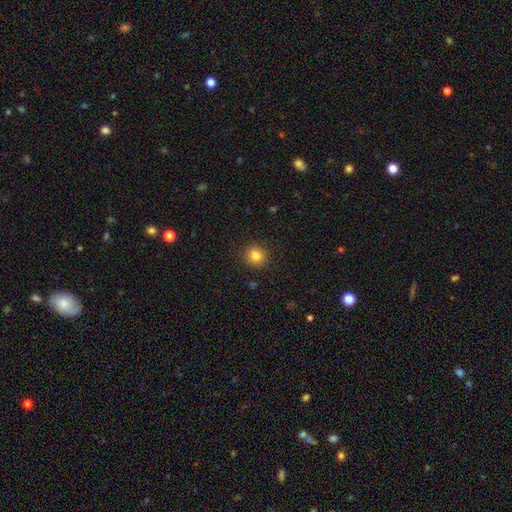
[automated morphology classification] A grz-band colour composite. It shows a smooth galaxy with no disk features (84%) that is round (92%). Merging: none (91%).